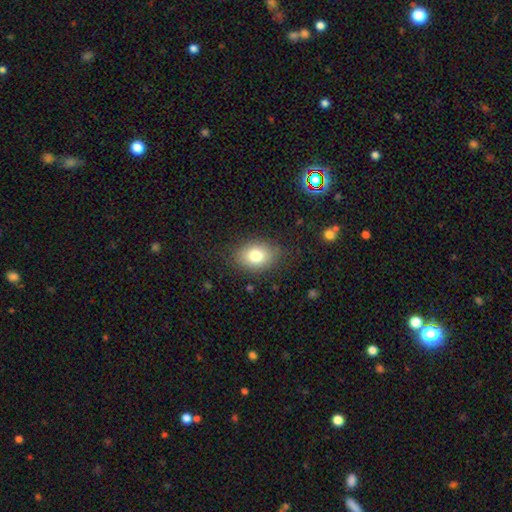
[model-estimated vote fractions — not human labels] Smooth or featured? smooth (78%)
How rounded? in between (69%)
Merging? none (82%)